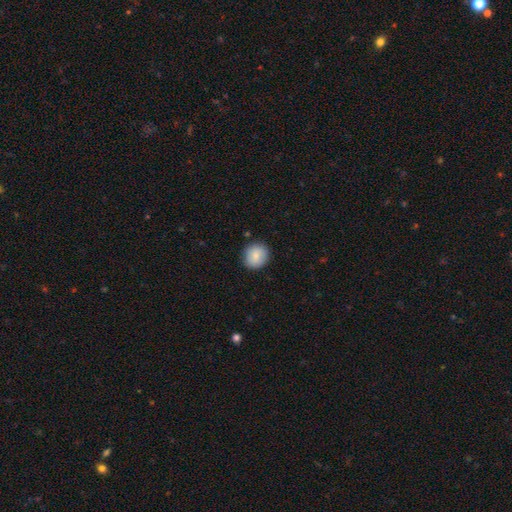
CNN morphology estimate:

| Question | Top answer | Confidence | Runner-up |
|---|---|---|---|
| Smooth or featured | smooth | 84% | featured or disk (9%) |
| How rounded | round | 84% | in between (15%) |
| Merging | none | 87% | minor disturbance (9%) |